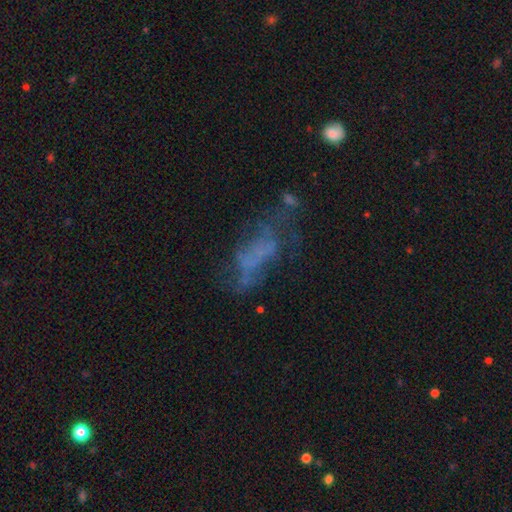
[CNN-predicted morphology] Smooth or featured? featured or disk (47%)
Merging? none (39%)